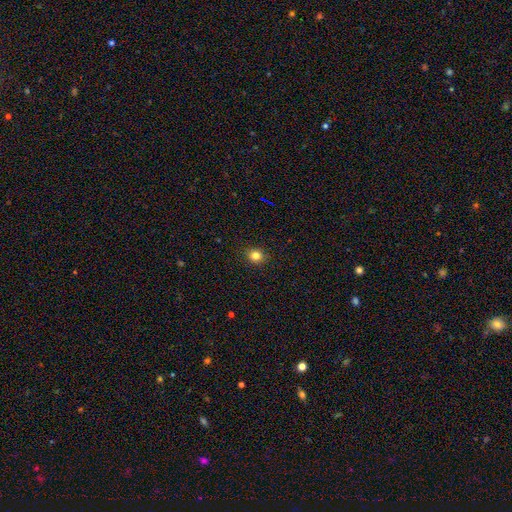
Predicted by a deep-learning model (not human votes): Smooth or featured: smooth — 81% (star or artifact — 13%)
How rounded: round — 79% (in between — 20%)
Merging: none — 91% (minor disturbance — 6%)